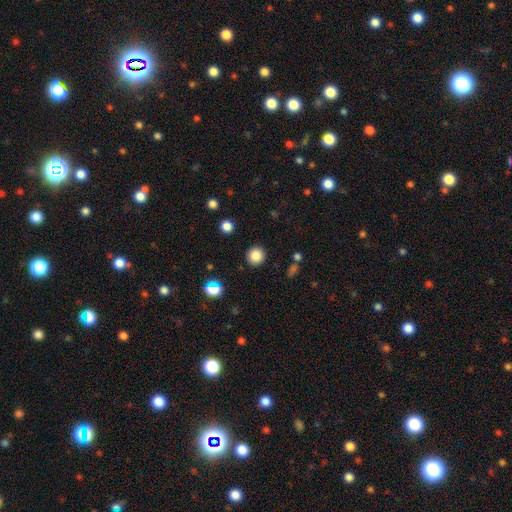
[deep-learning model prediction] smooth-or-featured: smooth: 84% | star or artifact: 11% | featured or disk: 5%
  how-rounded: round: 93% | in between: 6% | cigar-shaped: 1%
  merging: none: 91% | minor disturbance: 5% | major disturbance: 2% | merger: 2%